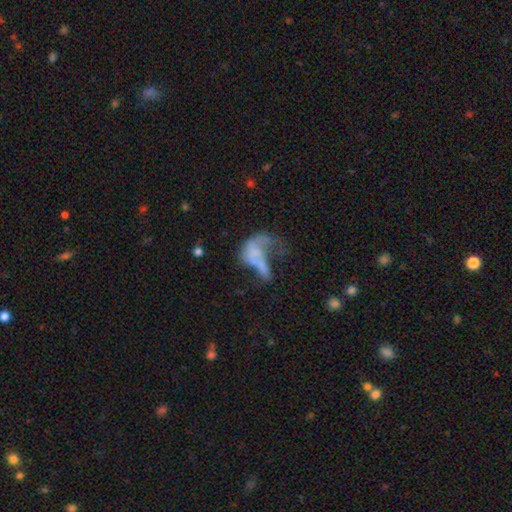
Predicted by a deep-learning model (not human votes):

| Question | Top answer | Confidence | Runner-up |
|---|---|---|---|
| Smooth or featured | featured or disk | 50% | smooth (36%) |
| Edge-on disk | no | 97% | yes (3%) |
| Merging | major disturbance | 46% | merger (30%) |